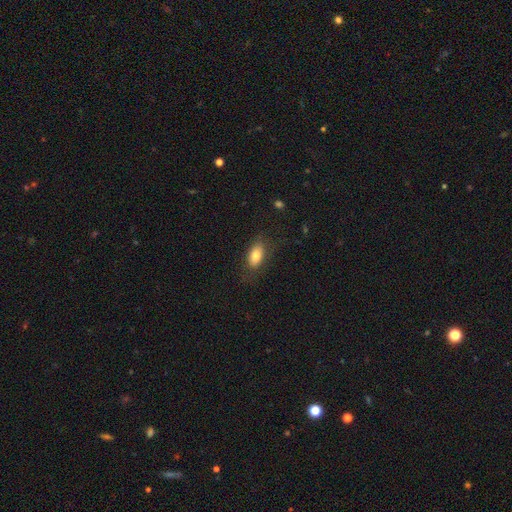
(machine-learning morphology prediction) Overall: smooth (79%). How rounded: in between (89%). Merging: none (76%).